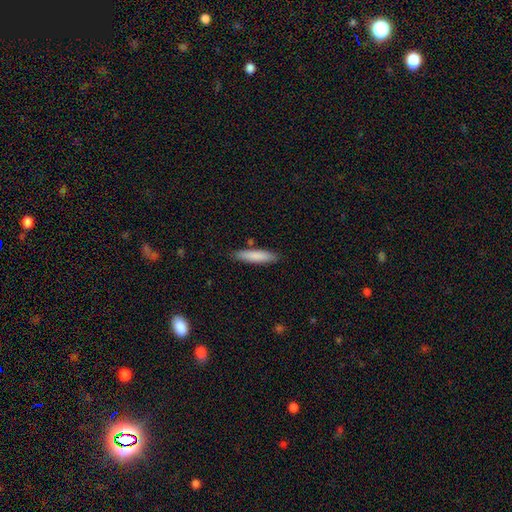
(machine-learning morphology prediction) Smooth or featured? smooth (83%)
How rounded? cigar-shaped (80%)
Merging? none (84%)